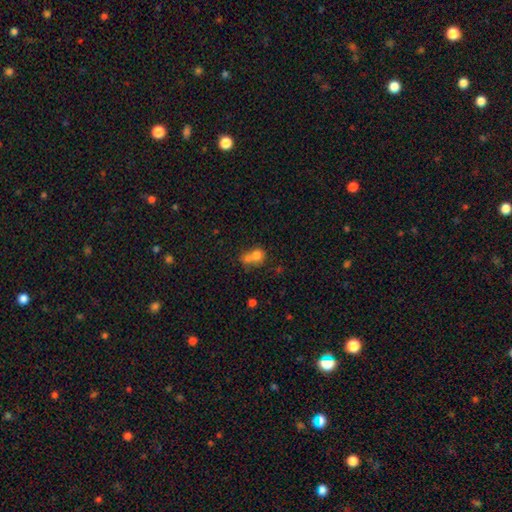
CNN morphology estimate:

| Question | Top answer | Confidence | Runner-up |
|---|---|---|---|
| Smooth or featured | smooth | 74% | featured or disk (14%) |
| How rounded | round | 69% | in between (30%) |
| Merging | merger | 56% | none (29%) |